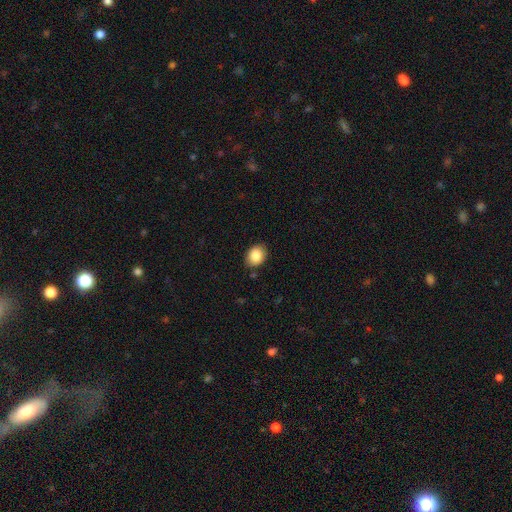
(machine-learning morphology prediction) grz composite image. It shows a smooth galaxy with no disk features (86%) that is in between round and cigar-shaped (54%). Merging: none (84%).